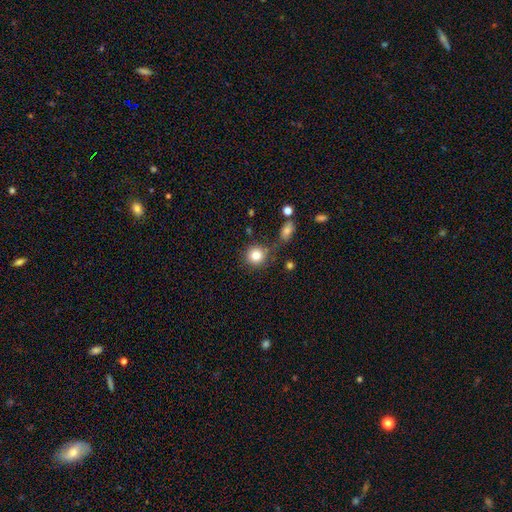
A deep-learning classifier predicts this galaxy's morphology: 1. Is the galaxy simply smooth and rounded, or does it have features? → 83% smooth, 10% star or artifact, 7% featured or disk.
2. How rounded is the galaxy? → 89% round, 10% in between, 1% cigar-shaped.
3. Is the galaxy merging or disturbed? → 76% none, 14% minor disturbance, 6% merger, 4% major disturbance.